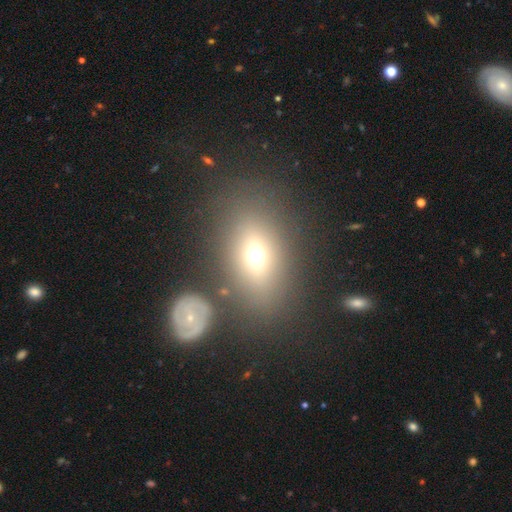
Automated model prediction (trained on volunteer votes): Smooth or featured: smooth — 63% (featured or disk — 23%)
How rounded: in between — 77% (round — 19%)
Merging: none — 71% (minor disturbance — 14%)